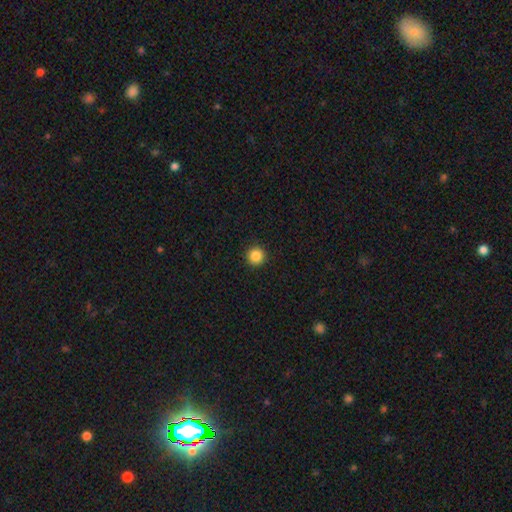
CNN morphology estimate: smooth-or-featured: smooth: 86% | star or artifact: 11% | featured or disk: 3%
  how-rounded: round: 96% | in between: 3% | cigar-shaped: 1%
  merging: none: 93% | minor disturbance: 5% | major disturbance: 2% | merger: 1%